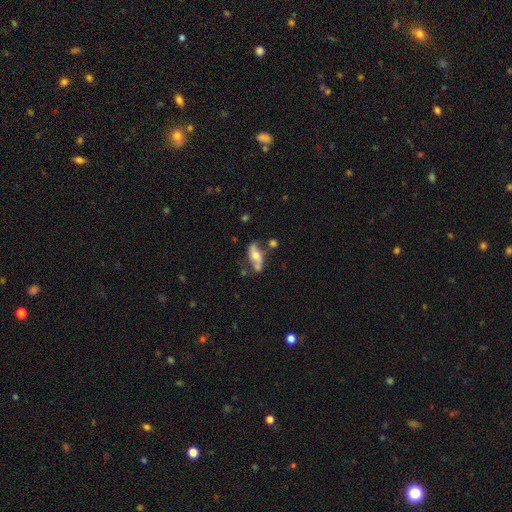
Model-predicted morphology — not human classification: This appears to be a featured or disk galaxy (56%). Merging: none (55%).